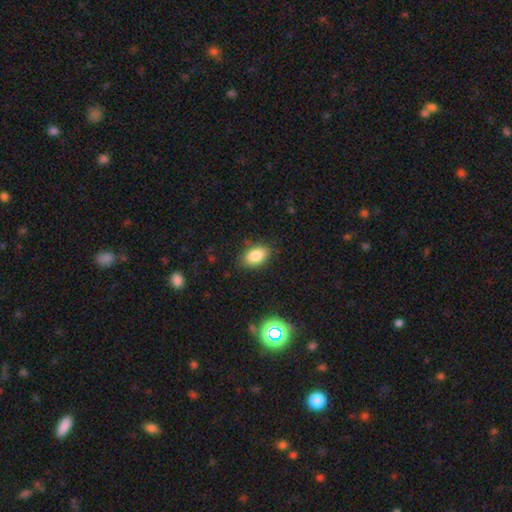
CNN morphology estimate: The model was most divided on "merging": none: 83%, minor disturbance: 13%, major disturbance: 3%, merger: 1%. More confident: how rounded — in between (91%); smooth or featured — smooth (84%).